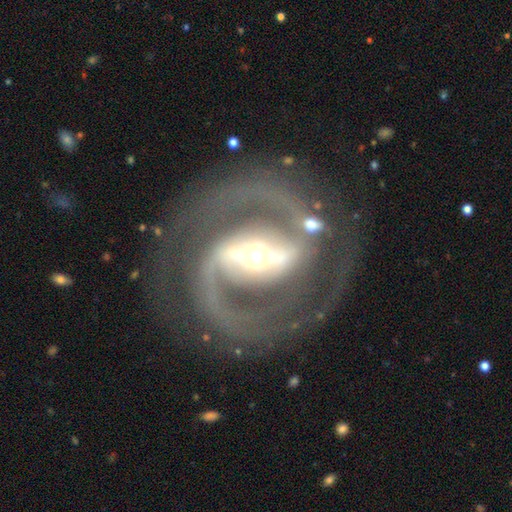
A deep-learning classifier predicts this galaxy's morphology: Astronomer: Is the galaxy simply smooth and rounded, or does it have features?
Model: featured or disk — 93%.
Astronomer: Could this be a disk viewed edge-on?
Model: no — 97%.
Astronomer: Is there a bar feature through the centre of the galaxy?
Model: strong — 74%.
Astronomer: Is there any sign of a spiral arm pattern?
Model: yes — 98%.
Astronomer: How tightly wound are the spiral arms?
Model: medium — 60%.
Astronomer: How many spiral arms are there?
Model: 2 — 92%.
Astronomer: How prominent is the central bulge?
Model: moderate — 57%.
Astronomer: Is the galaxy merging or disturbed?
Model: none — 79%.